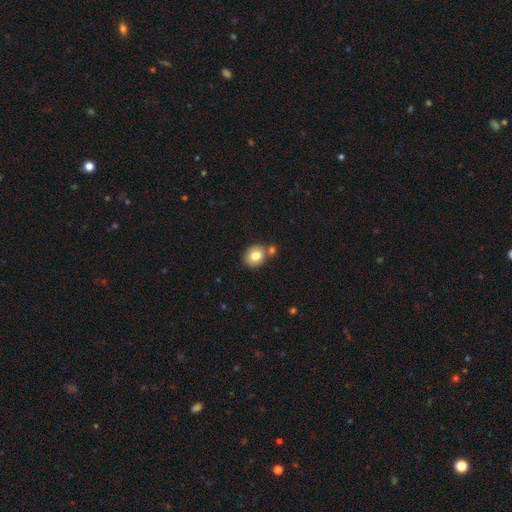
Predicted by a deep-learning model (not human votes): Smooth or featured: smooth — 79% (featured or disk — 11%)
How rounded: round — 63% (in between — 37%)
Merging: none — 66% (merger — 19%)